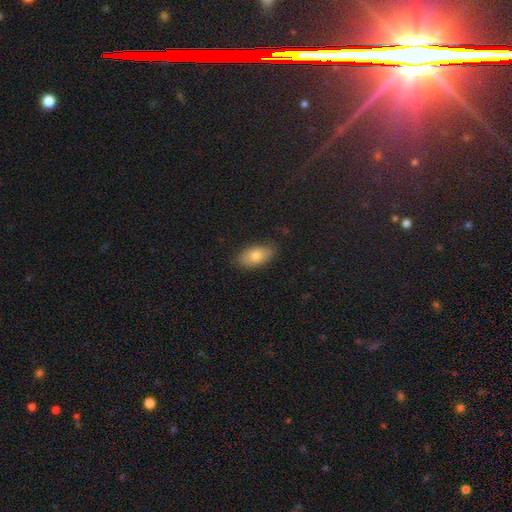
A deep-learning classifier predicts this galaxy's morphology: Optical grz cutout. It shows a smooth galaxy with no disk features (77%) that is in between round and cigar-shaped (92%). Merging: none (82%).